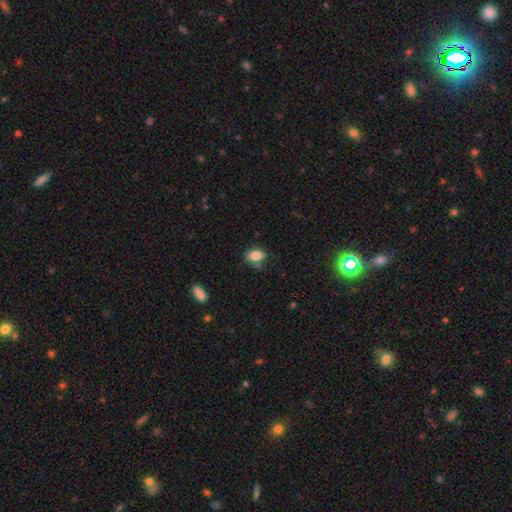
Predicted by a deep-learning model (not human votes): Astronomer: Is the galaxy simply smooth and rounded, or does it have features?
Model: smooth — 84%.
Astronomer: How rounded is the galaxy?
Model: in between — 87%.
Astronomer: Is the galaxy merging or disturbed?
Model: none — 65%.